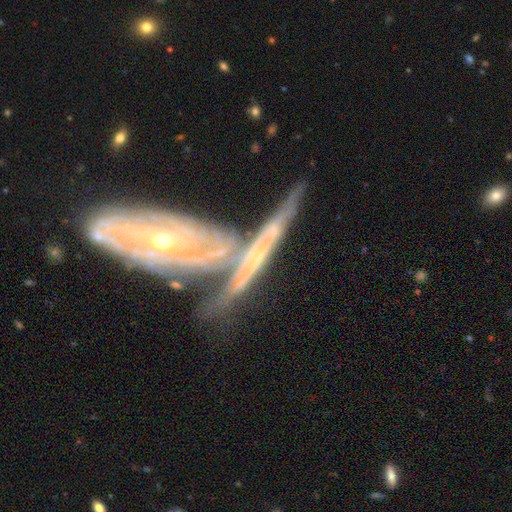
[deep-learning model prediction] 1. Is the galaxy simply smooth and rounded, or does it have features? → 80% featured or disk, 13% smooth, 7% star or artifact.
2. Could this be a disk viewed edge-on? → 56% yes, 44% no.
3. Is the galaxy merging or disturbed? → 45% merger, 34% none, 15% minor disturbance, 7% major disturbance.